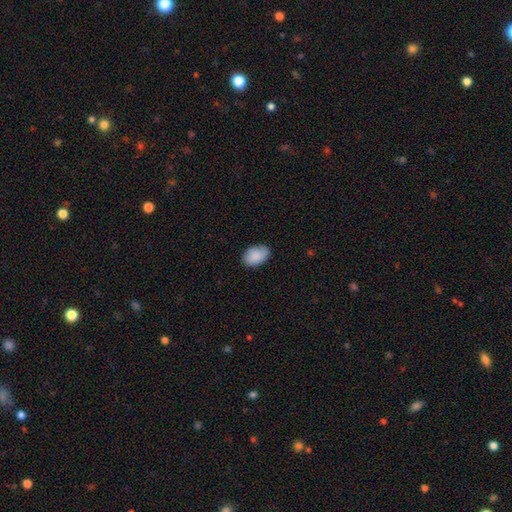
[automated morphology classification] smooth-or-featured: smooth: 89% | star or artifact: 6% | featured or disk: 4%
  how-rounded: in between: 87% | round: 12% | cigar-shaped: 1%
  merging: none: 82% | minor disturbance: 15% | major disturbance: 3% | merger: 1%